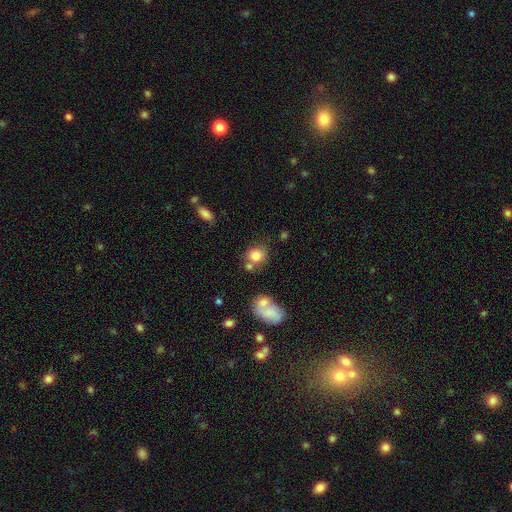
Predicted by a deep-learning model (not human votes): Smooth or featured?
  - smooth: 81% *
  - star or artifact: 11%
  - featured or disk: 8%
How rounded?
  - round: 79% *
  - in between: 20%
  - cigar-shaped: 1%
Merging?
  - none: 60% *
  - merger: 20%
  - minor disturbance: 14%
  - major disturbance: 5%